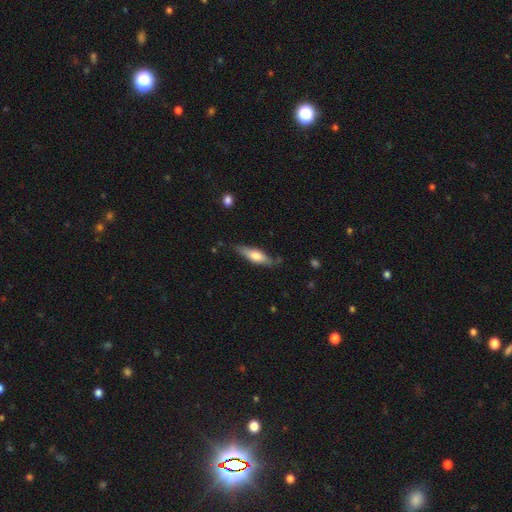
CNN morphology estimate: This appears to be a smooth galaxy with no disk features (57%) that is cigar-shaped (55%). Merging: none (73%).